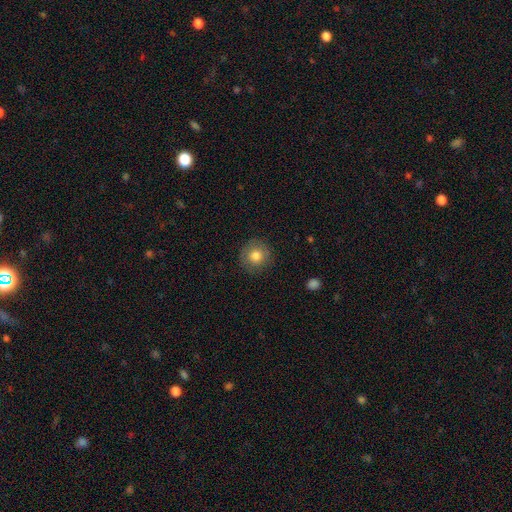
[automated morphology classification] The model was most divided on "smooth or featured": smooth: 79%, featured or disk: 12%, star or artifact: 9%. More confident: how rounded — round (94%); merging — none (86%).